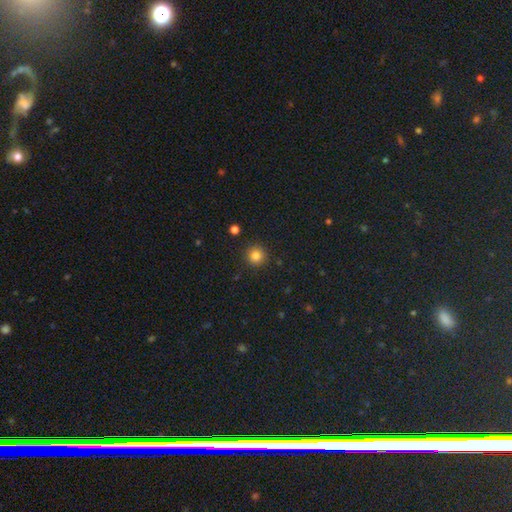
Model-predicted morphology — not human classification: Smooth or featured?
  - smooth: 83% *
  - star or artifact: 12%
  - featured or disk: 5%
How rounded?
  - round: 95% *
  - in between: 4%
  - cigar-shaped: 1%
Merging?
  - none: 91% *
  - minor disturbance: 6%
  - major disturbance: 2%
  - merger: 1%